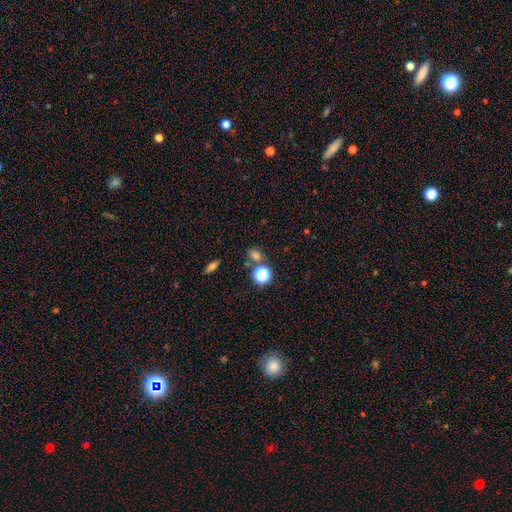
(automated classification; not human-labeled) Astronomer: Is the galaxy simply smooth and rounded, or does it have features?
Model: smooth — 69%.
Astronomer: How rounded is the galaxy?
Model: round — 58% (runner-up: in between, 40%).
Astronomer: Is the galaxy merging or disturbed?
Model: none — 72%.